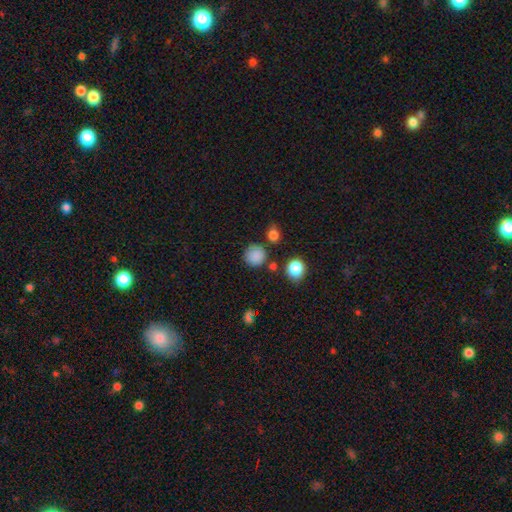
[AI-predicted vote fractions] The model was most divided on "merging": none: 80%, minor disturbance: 12%, merger: 5%, major disturbance: 4%. More confident: how rounded — round (92%); smooth or featured — smooth (84%).